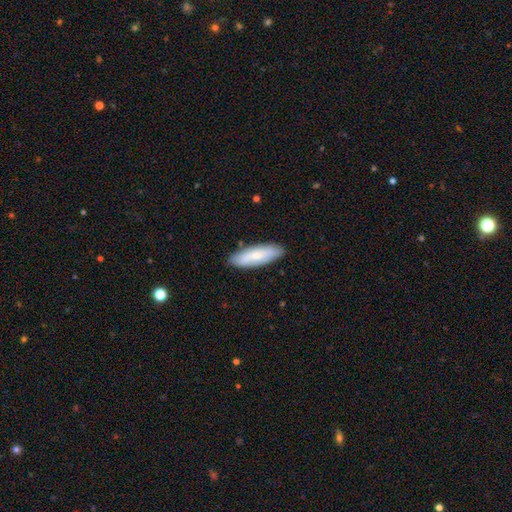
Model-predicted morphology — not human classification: Smooth or featured? Predicted: smooth (p=0.72). How rounded? Predicted: in between (p=0.52). Merging? Predicted: none (p=0.87).